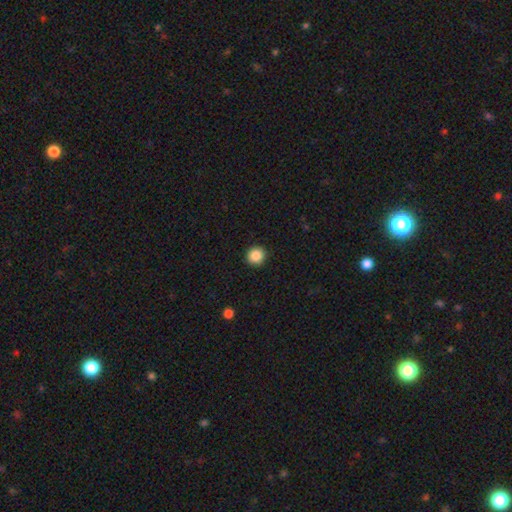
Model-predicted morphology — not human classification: Overall: smooth (87%). How rounded: round (93%). Merging: none (92%).